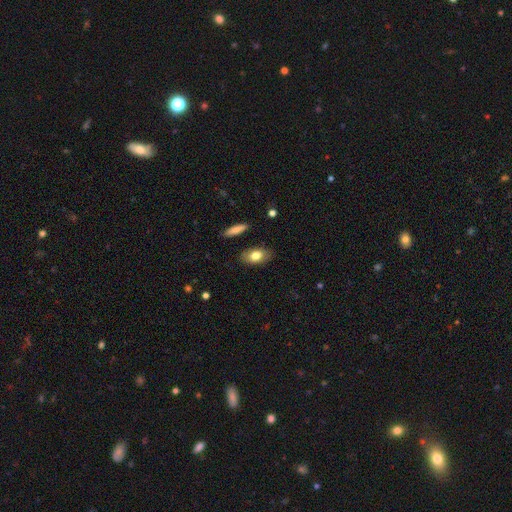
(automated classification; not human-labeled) This appears to be a smooth galaxy with no disk features (77%) that is in between round and cigar-shaped (88%). Merging: none (86%).